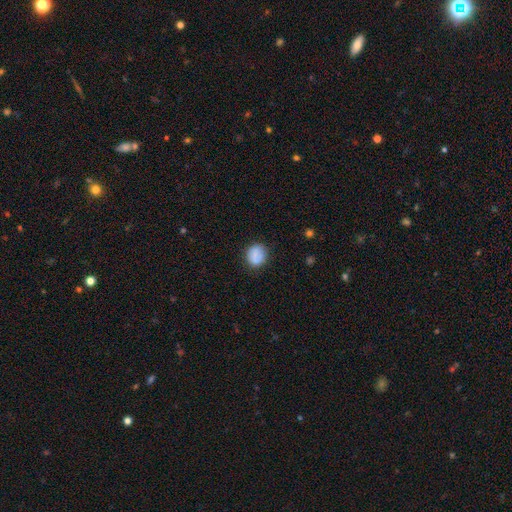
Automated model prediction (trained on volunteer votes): Smooth or featured?
  - smooth: 81% *
  - featured or disk: 10%
  - star or artifact: 9%
How rounded?
  - round: 70% *
  - in between: 29%
  - cigar-shaped: 1%
Merging?
  - none: 78% *
  - minor disturbance: 15%
  - major disturbance: 4%
  - merger: 2%